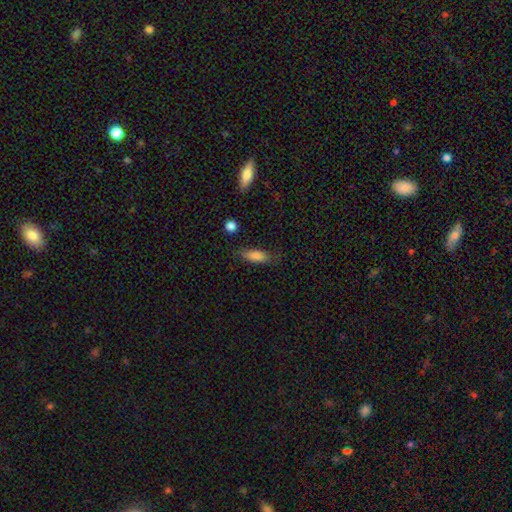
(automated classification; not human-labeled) Overall: smooth (83%). How rounded: in between (66%; cigar-shaped 31%). Merging: none (75%).